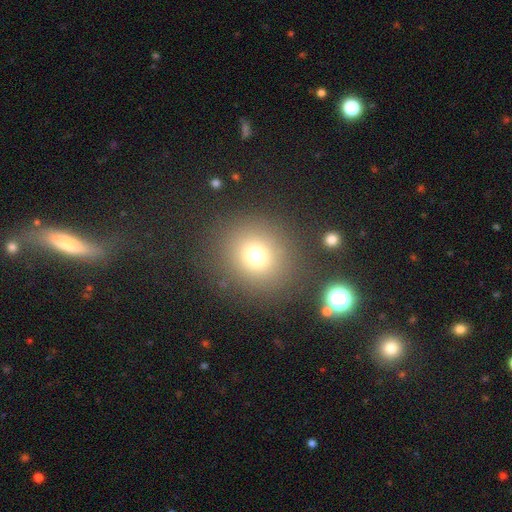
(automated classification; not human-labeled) Overall: smooth (72%). How rounded: round (87%). Merging: none (83%).